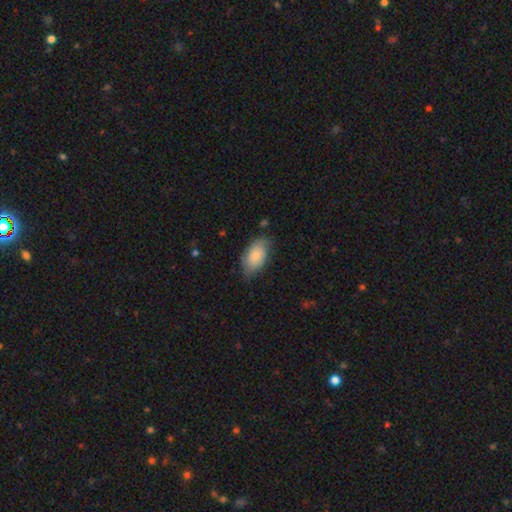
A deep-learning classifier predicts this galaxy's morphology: This is likely a smooth galaxy (78%). How rounded: clearly in between (93%). Merging: likely none (63%).